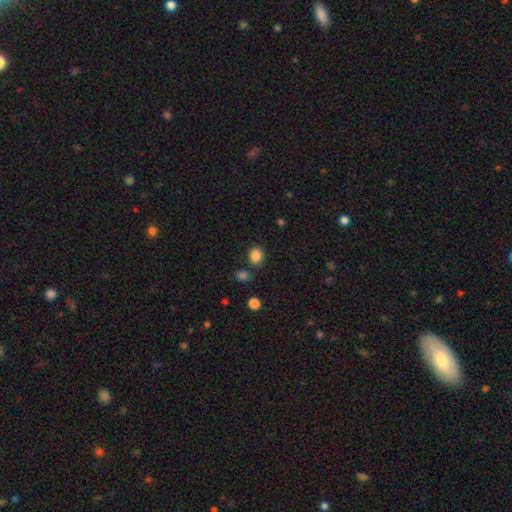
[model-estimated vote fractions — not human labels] smooth-or-featured: smooth: 86% | star or artifact: 11% | featured or disk: 4%
  how-rounded: round: 54% | in between: 45% | cigar-shaped: 1%
  merging: none: 76% | minor disturbance: 12% | merger: 8% | major disturbance: 4%